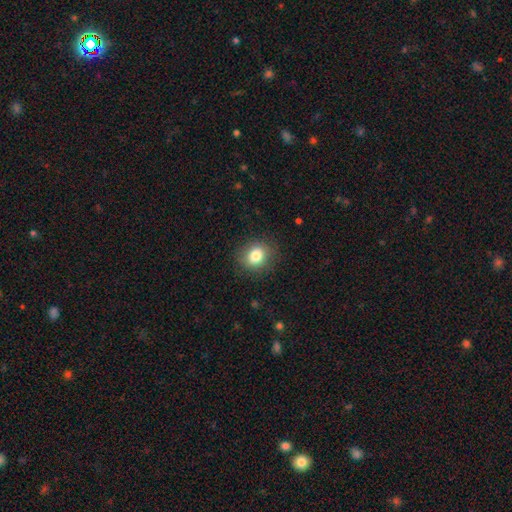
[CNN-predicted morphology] The model was most divided on "how rounded": round: 69%, in between: 30%, cigar-shaped: 1%. More confident: merging — none (86%); smooth or featured — smooth (83%).